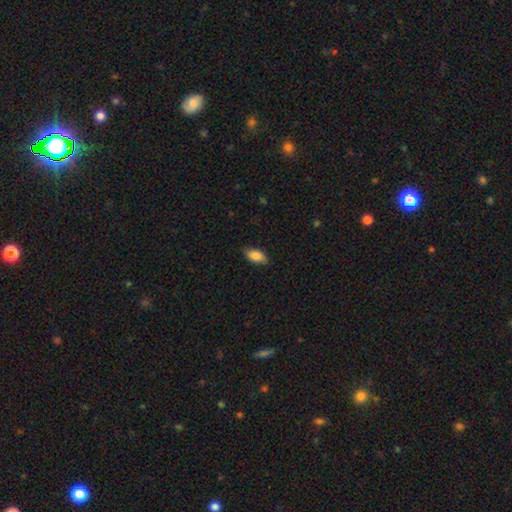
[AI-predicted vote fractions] A smooth galaxy with no disk features (84%) that is in between round and cigar-shaped (91%).

Vote fractions:
- Smooth or featured? smooth: 84% / featured or disk: 10% / star or artifact: 7%
- How rounded? in between: 91% / cigar-shaped: 5% / round: 4%
- Merging? none: 83% / minor disturbance: 14% / major disturbance: 2% / merger: 1%